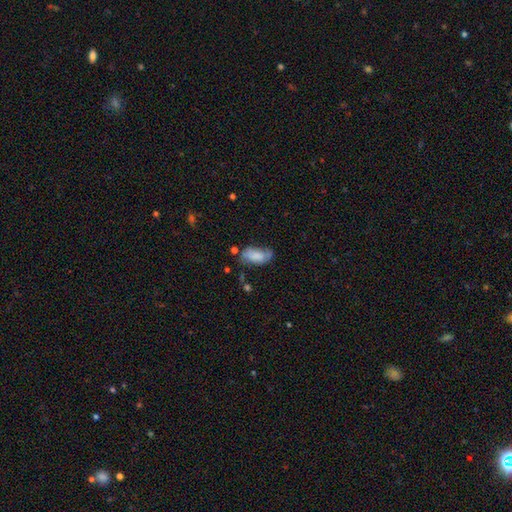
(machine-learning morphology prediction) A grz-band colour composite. It shows a smooth galaxy with no disk features (72%) that is in between round and cigar-shaped (92%). Merging: none (43%).